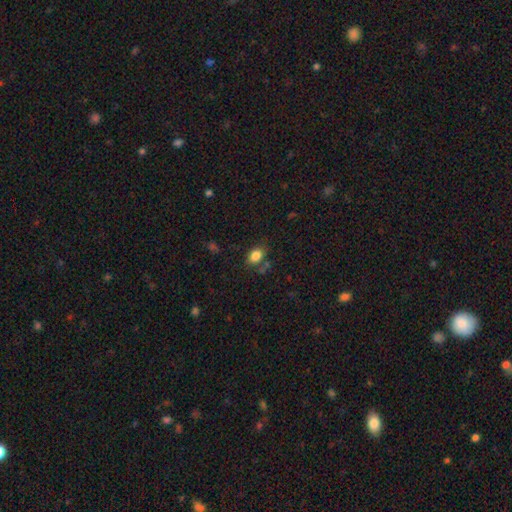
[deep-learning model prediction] This is clearly a smooth galaxy (83%). How rounded: likely in between (74%). Merging: likely none (72%).